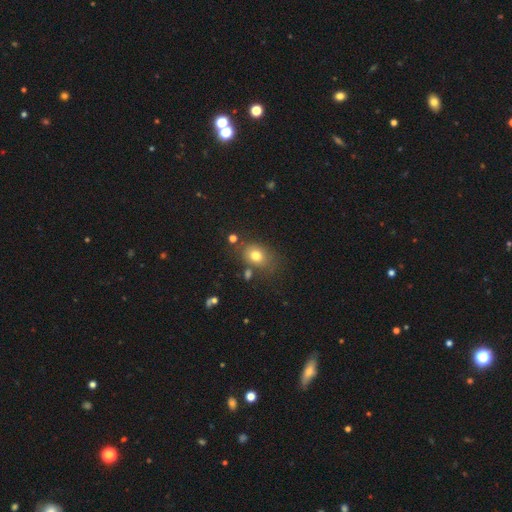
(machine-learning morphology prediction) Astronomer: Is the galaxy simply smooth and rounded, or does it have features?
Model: smooth — 76%.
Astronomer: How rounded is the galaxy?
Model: in between — 61% (runner-up: round, 37%).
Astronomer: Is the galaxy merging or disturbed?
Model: none — 68%.